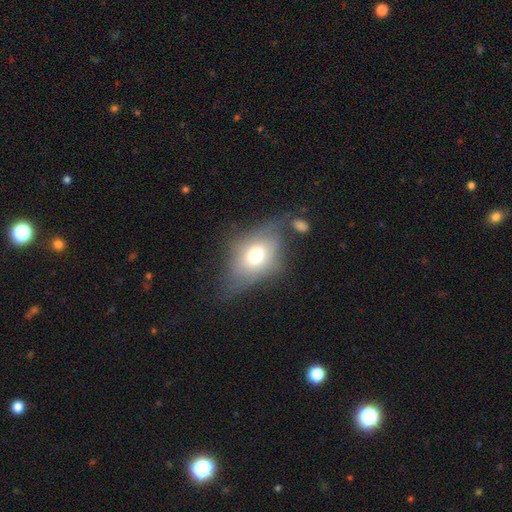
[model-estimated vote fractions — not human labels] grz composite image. It shows a smooth galaxy with no disk features (54%) that is in between round and cigar-shaped (83%). Merging: none (43%).